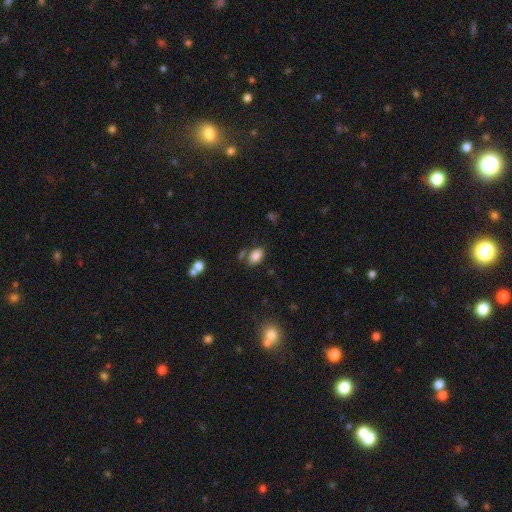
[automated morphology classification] A smooth galaxy with no disk features (84%) that is in between round and cigar-shaped (90%). Merging: none (70%).